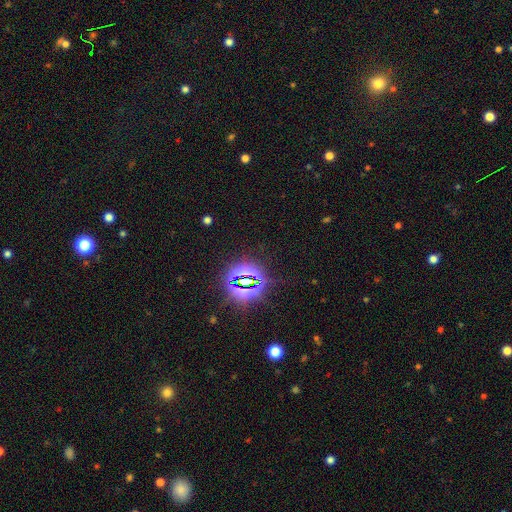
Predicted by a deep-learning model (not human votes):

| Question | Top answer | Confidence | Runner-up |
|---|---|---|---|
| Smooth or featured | star or artifact | 82% | smooth (11%) |